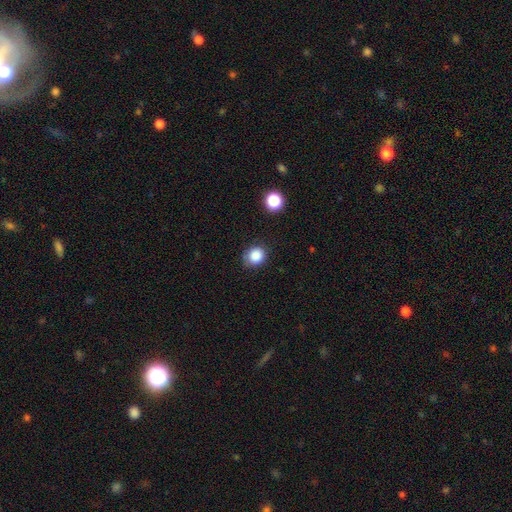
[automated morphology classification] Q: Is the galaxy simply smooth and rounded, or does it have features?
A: smooth — 85%.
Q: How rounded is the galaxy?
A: round — 77%.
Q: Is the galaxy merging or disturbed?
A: none — 79%.